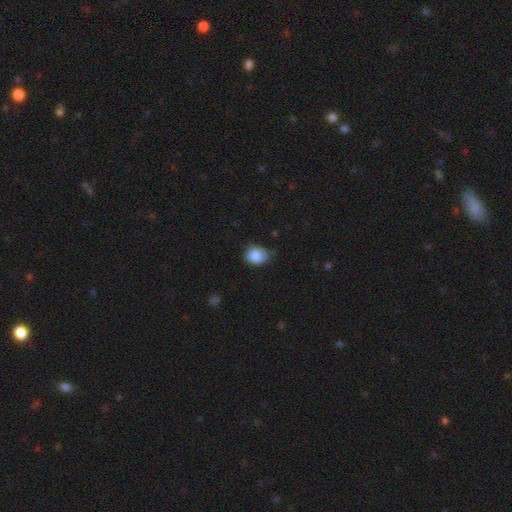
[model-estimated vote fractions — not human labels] This appears to be a smooth galaxy with no disk features (83%) that is in between round and cigar-shaped (51%). Merging: none (55%).